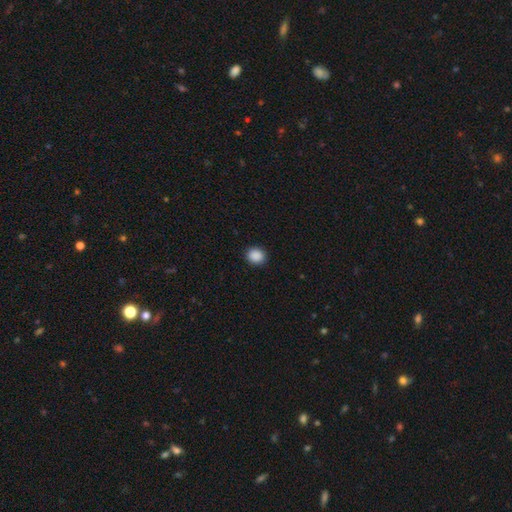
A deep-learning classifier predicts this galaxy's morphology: smooth-or-featured: smooth: 89% | star or artifact: 9% | featured or disk: 2%
  how-rounded: round: 79% | in between: 20% | cigar-shaped: 1%
  merging: none: 91% | minor disturbance: 6% | major disturbance: 2% | merger: 1%